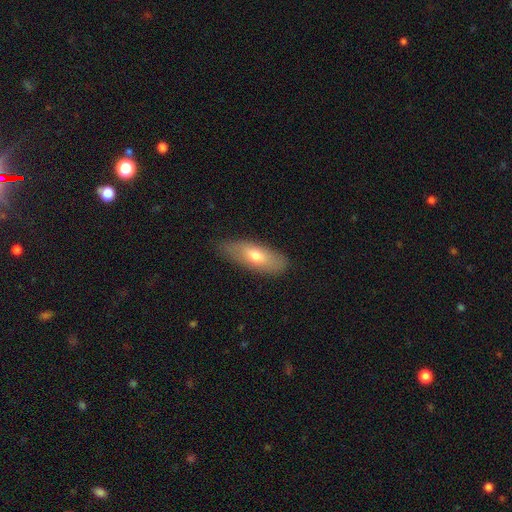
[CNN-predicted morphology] smooth_or_featured: smooth (p=0.68) [alt: featured or disk p=0.26]
how_rounded: in between (p=0.75) [alt: cigar-shaped p=0.22]
merging: none (p=0.77) [alt: minor disturbance p=0.18]